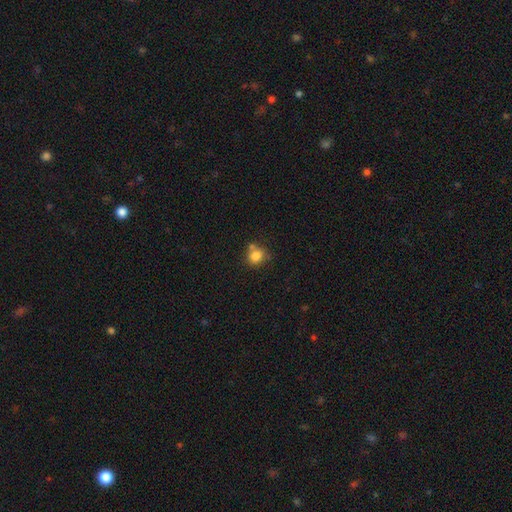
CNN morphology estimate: smooth_or_featured: smooth (p=0.81) [alt: star or artifact p=0.11]
how_rounded: round (p=0.76) [alt: in between p=0.23]
merging: none (p=0.57) [alt: merger p=0.23]